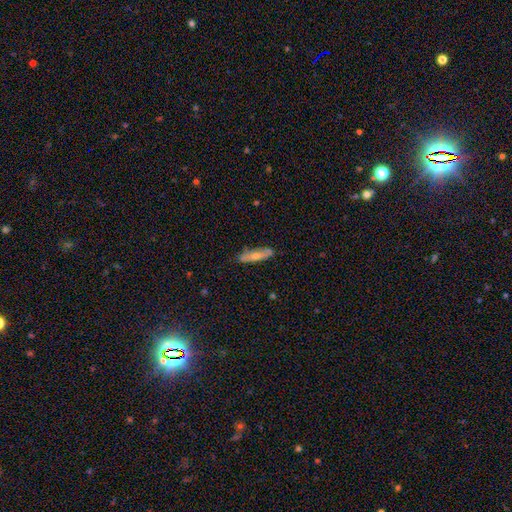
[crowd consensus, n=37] A smooth galaxy with no disk features (68%) that is in between round and cigar-shaped (56%).

Vote fractions:
- Smooth or featured? smooth: 68% / featured or disk: 27% / star or artifact: 5%
- How rounded? in between: 56% / cigar-shaped: 44% / round: 0%
- Merging? none: 69% / minor disturbance: 20% / merger: 11% / major disturbance: 0%